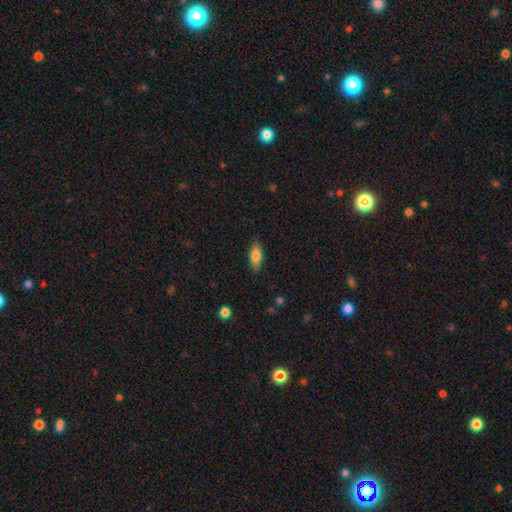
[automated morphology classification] A smooth galaxy with no disk features (81%) that is in between round and cigar-shaped (80%).

Vote fractions:
- Smooth or featured? smooth: 81% / featured or disk: 12% / star or artifact: 7%
- How rounded? in between: 80% / cigar-shaped: 18% / round: 3%
- Merging? none: 86% / minor disturbance: 10% / major disturbance: 2% / merger: 1%